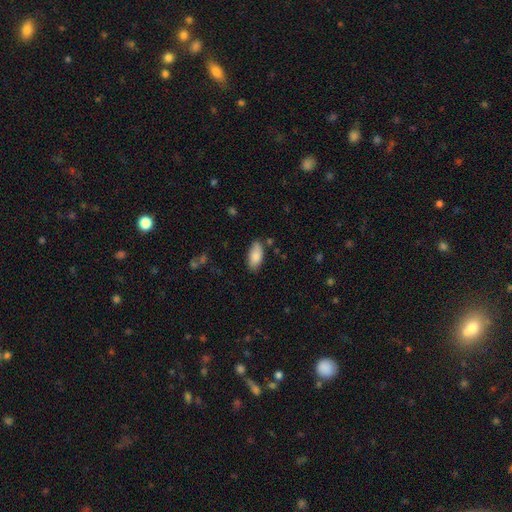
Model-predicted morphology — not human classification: smooth-or-featured: smooth: 85% | featured or disk: 9% | star or artifact: 6%
  how-rounded: in between: 92% | cigar-shaped: 6% | round: 2%
  merging: none: 77% | minor disturbance: 17% | major disturbance: 3% | merger: 3%